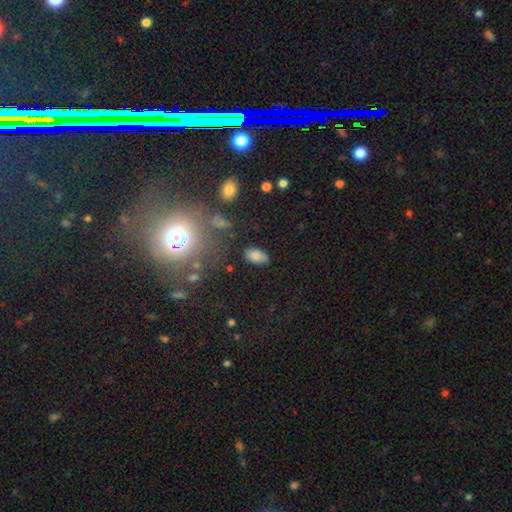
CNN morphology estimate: This appears to be a smooth galaxy with no disk features (79%) that is in between round and cigar-shaped (91%). Merging: none (76%).